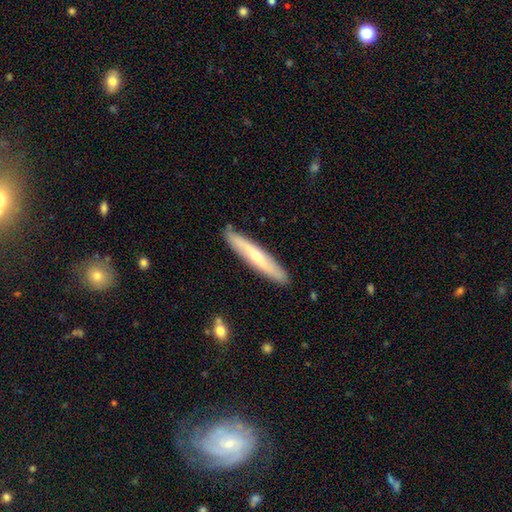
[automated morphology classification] smooth-or-featured: featured or disk: 48% | smooth: 46% | star or artifact: 5%
  merging: none: 89% | minor disturbance: 8% | major disturbance: 2% | merger: 1%